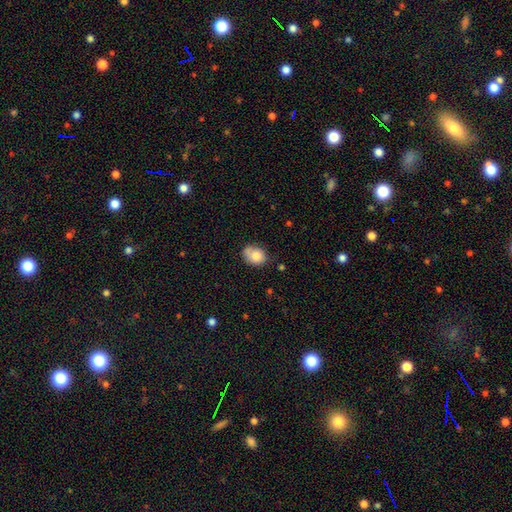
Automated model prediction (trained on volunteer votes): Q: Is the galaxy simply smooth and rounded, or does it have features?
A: smooth — 79%.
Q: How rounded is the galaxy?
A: in between — 53%.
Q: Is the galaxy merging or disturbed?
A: none — 57%.